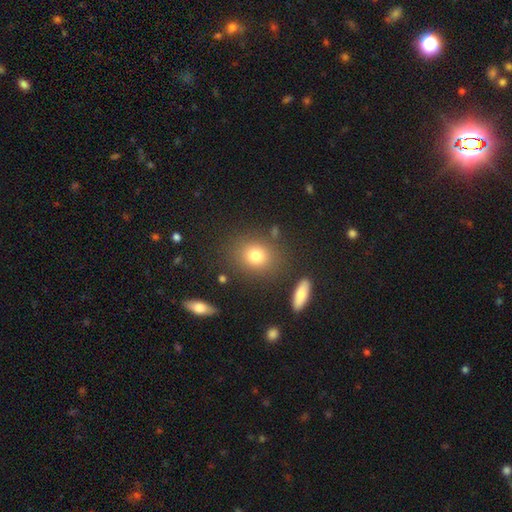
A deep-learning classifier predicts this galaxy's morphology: Q: Smooth or featured?
A: smooth (79%); runner-up: star or artifact (12%)
Q: How rounded?
A: round (61%); runner-up: in between (37%)
Q: Merging?
A: none (81%); runner-up: minor disturbance (10%)